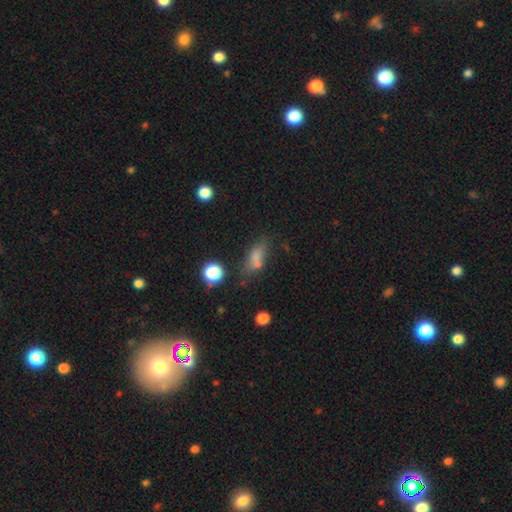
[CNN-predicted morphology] A smooth galaxy with no disk features (65%) that is in between round and cigar-shaped (62%). Merging: none (53%).